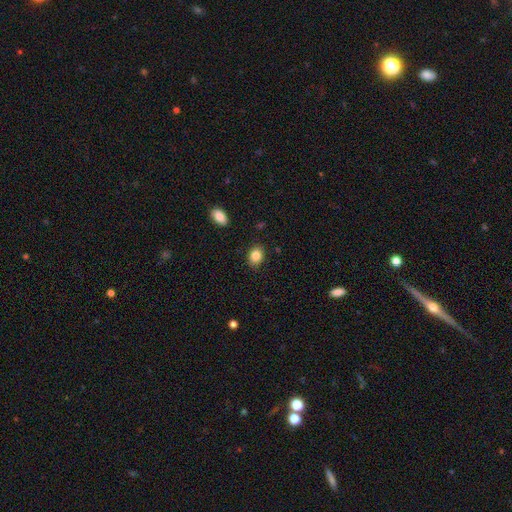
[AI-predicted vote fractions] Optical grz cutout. It shows a smooth galaxy with no disk features (86%) that is in between round and cigar-shaped (62%). Merging: none (86%).